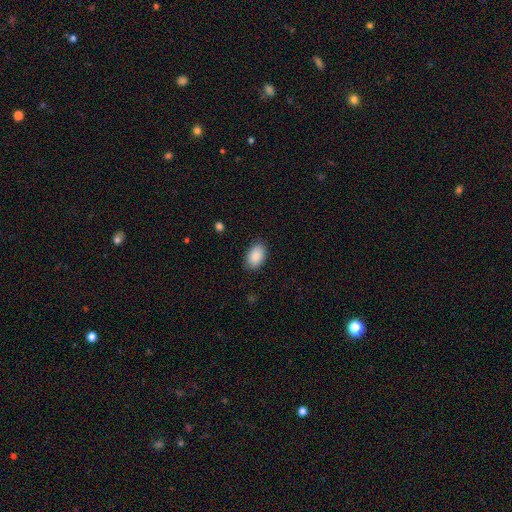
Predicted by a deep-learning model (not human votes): Overall: smooth (89%). How rounded: in between (91%). Merging: none (85%).